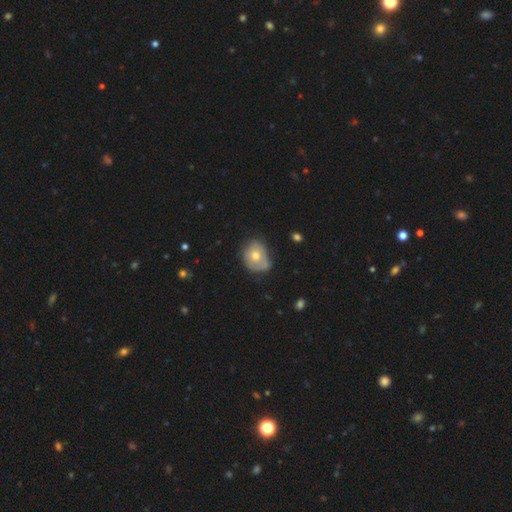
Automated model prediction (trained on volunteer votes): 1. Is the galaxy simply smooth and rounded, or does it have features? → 60% smooth, 31% featured or disk, 9% star or artifact.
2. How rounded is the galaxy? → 54% round, 45% in between, 1% cigar-shaped.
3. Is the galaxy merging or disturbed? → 48% none, 37% minor disturbance, 11% major disturbance, 3% merger.